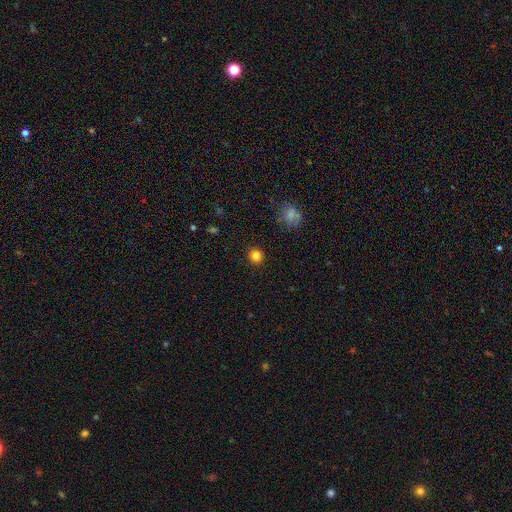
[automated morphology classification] Smooth or featured?
  - smooth: 83% *
  - star or artifact: 13%
  - featured or disk: 4%
How rounded?
  - round: 93% *
  - in between: 6%
  - cigar-shaped: 1%
Merging?
  - none: 92% *
  - minor disturbance: 5%
  - major disturbance: 2%
  - merger: 1%